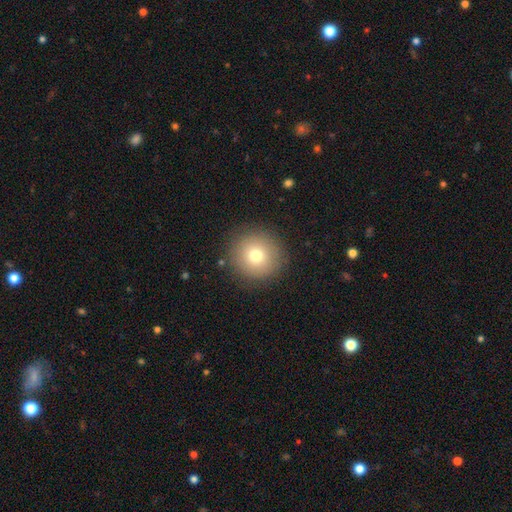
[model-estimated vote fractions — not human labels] Smooth or featured?
  - smooth: 76% *
  - star or artifact: 12%
  - featured or disk: 12%
How rounded?
  - round: 95% *
  - in between: 4%
  - cigar-shaped: 1%
Merging?
  - none: 89% *
  - minor disturbance: 7%
  - major disturbance: 3%
  - merger: 1%